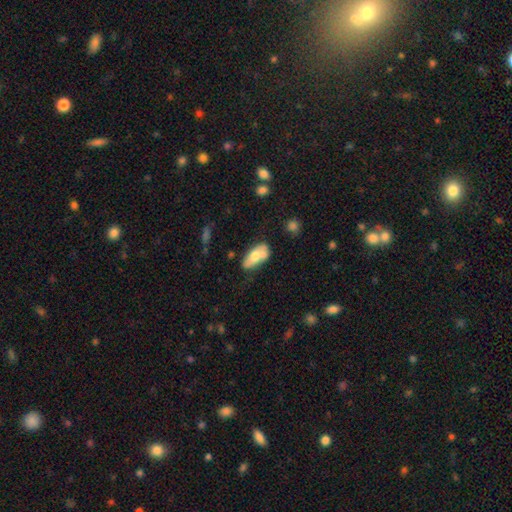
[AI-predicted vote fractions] This is likely a smooth galaxy (60%). How rounded: clearly in between (86%). Merging: possibly none (47%).